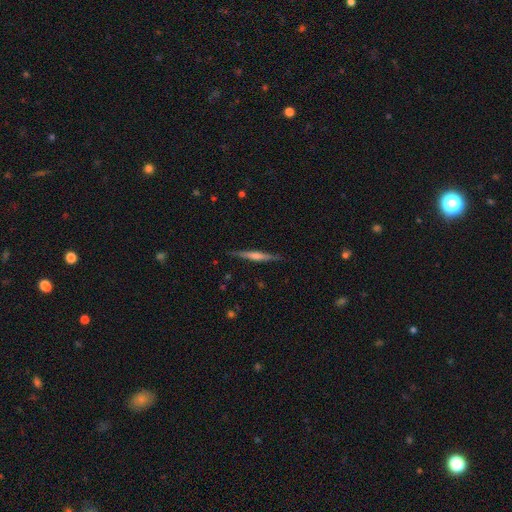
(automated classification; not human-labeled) Smooth or featured? featured or disk (71%)
Edge-on disk? yes (98%)
Edge-on bulge? rounded (56%)
Merging? none (88%)